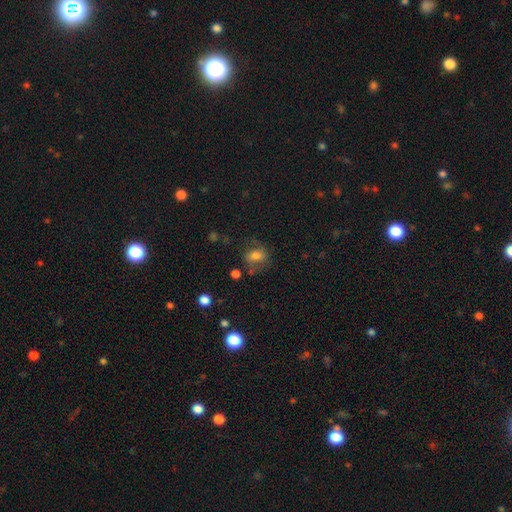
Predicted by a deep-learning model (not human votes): smooth 68%, featured or disk 20%, star or artifact 12%. Down the decision tree: how rounded — in between (58%); merging — none (60%).